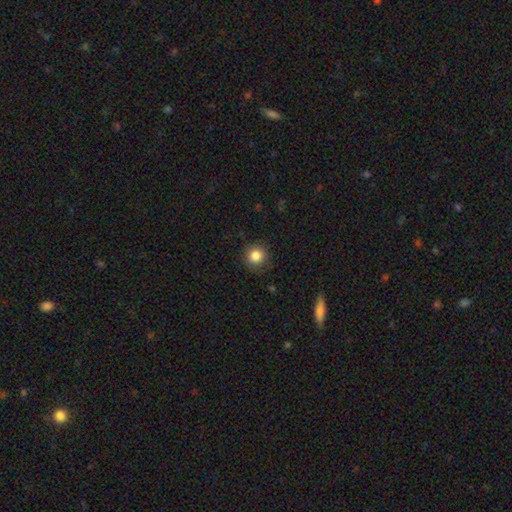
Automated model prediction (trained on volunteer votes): Smooth or featured?
  - smooth: 85% *
  - star or artifact: 10%
  - featured or disk: 5%
How rounded?
  - round: 90% *
  - in between: 9%
  - cigar-shaped: 1%
Merging?
  - none: 87% *
  - minor disturbance: 10%
  - major disturbance: 3%
  - merger: 1%